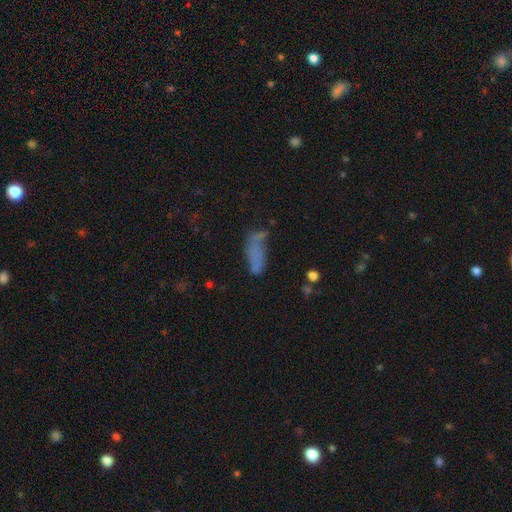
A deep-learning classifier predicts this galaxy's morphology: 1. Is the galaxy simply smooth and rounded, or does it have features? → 63% smooth, 22% featured or disk, 15% star or artifact.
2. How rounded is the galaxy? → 67% in between, 30% cigar-shaped, 3% round.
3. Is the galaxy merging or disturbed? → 36% none, 26% minor disturbance, 25% major disturbance, 13% merger.